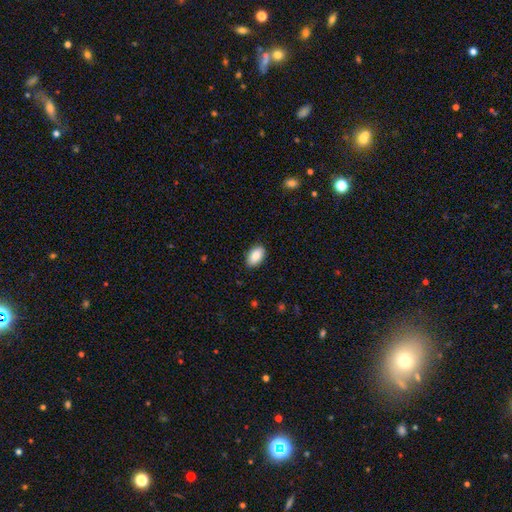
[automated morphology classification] A smooth galaxy with no disk features (87%) that is in between round and cigar-shaped (93%).

Vote fractions:
- Smooth or featured? smooth: 87% / star or artifact: 7% / featured or disk: 6%
- How rounded? in between: 93% / round: 5% / cigar-shaped: 2%
- Merging? none: 88% / minor disturbance: 9% / major disturbance: 2% / merger: 1%